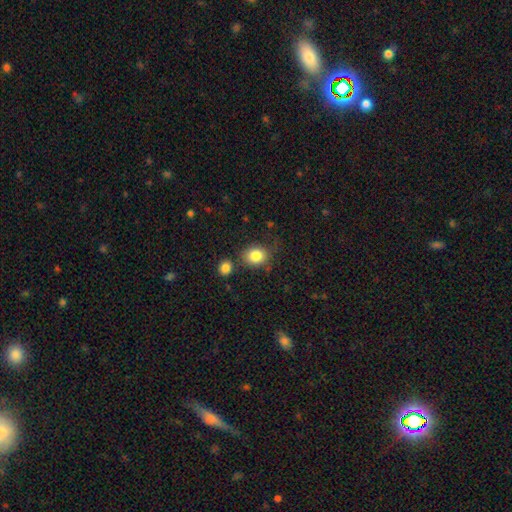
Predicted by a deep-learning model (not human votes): The model was most divided on "how rounded": round: 64%, in between: 35%, cigar-shaped: 1%. More confident: smooth or featured — smooth (84%); merging — none (70%).